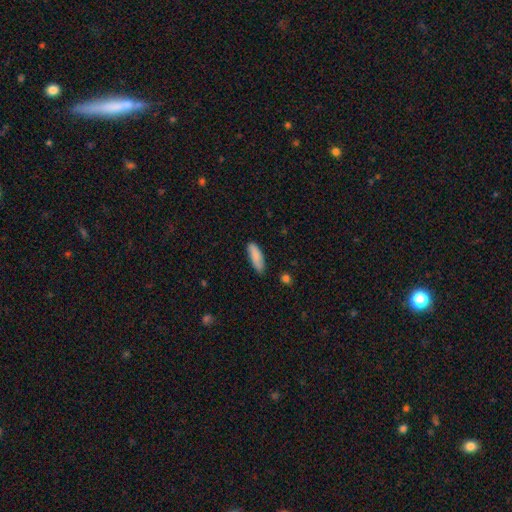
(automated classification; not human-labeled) smooth_or_featured: smooth (p=0.86) [alt: featured or disk p=0.08]
how_rounded: in between (p=0.60) [alt: cigar-shaped p=0.38]
merging: none (p=0.82) [alt: minor disturbance p=0.15]